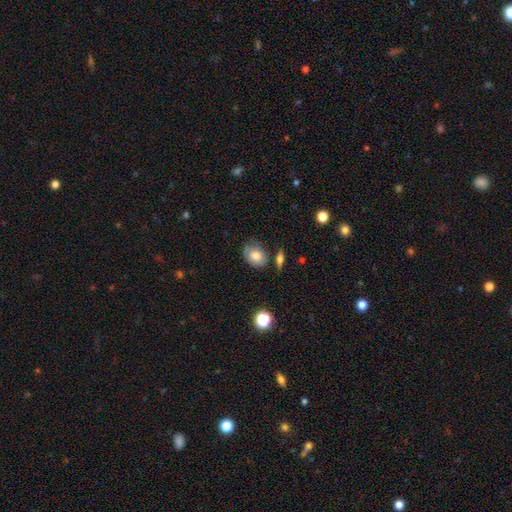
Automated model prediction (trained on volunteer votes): A smooth galaxy with no disk features (77%) that is in between round and cigar-shaped (62%). Merging: none (56%).